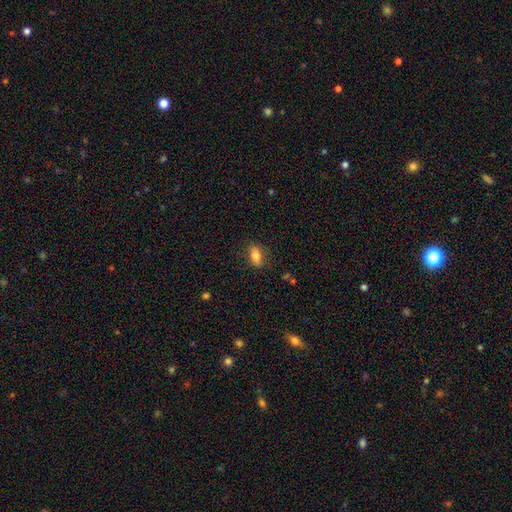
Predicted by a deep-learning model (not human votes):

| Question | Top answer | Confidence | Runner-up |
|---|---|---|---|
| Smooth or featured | smooth | 78% | featured or disk (14%) |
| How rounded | in between | 84% | cigar-shaped (9%) |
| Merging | none | 82% | minor disturbance (13%) |